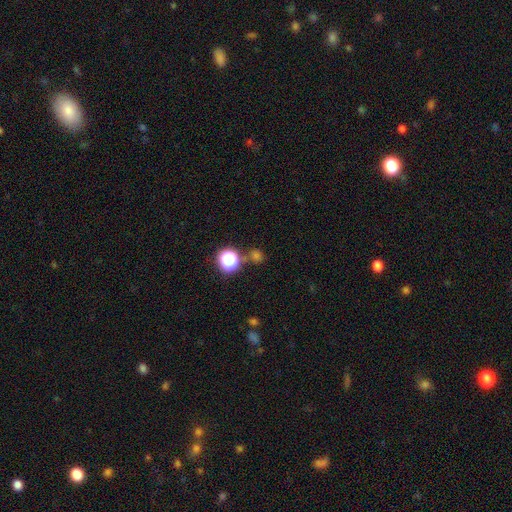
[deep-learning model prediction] smooth-or-featured: smooth: 59% | star or artifact: 35% | featured or disk: 6%
  how-rounded: round: 83% | in between: 16% | cigar-shaped: 1%
  merging: none: 73% | merger: 13% | minor disturbance: 10% | major disturbance: 4%